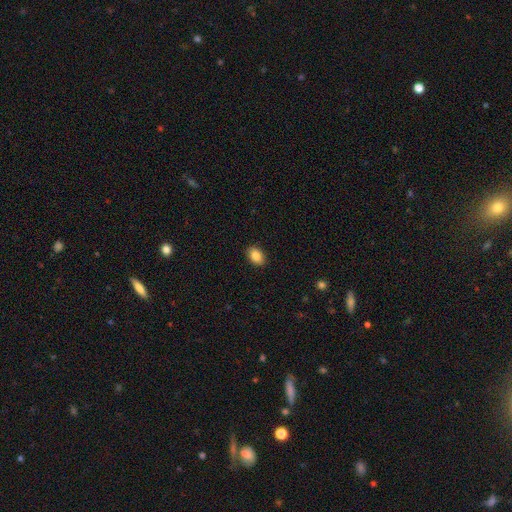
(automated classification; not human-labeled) This is clearly a smooth galaxy (87%). How rounded: clearly in between (83%). Merging: clearly none (90%).